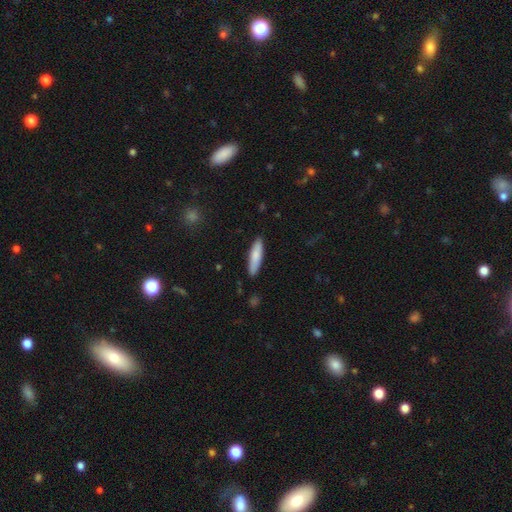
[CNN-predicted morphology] Smooth or featured?
  - smooth: 81% *
  - featured or disk: 14%
  - star or artifact: 5%
How rounded?
  - cigar-shaped: 72% *
  - in between: 26%
  - round: 1%
Merging?
  - none: 88% *
  - minor disturbance: 9%
  - major disturbance: 2%
  - merger: 1%